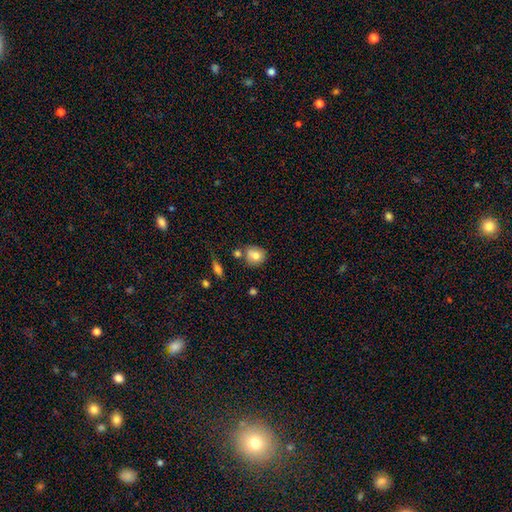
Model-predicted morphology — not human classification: The model was most divided on "merging": none: 67%, minor disturbance: 16%, merger: 13%, major disturbance: 4%. More confident: how rounded — round (79%); smooth or featured — smooth (78%).